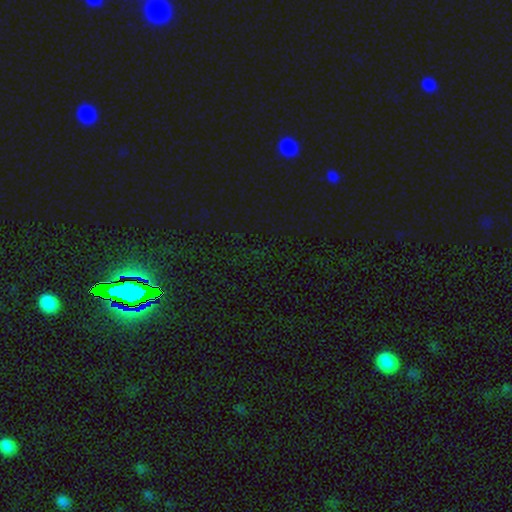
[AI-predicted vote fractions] Q: Smooth or featured?
A: star or artifact (82%); runner-up: smooth (11%)